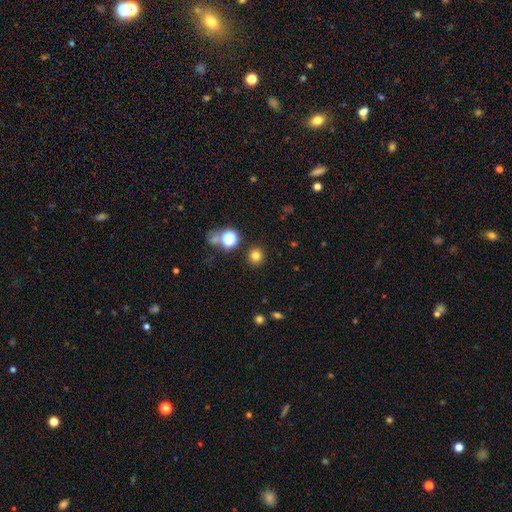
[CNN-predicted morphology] Smooth or featured? smooth (77%)
How rounded? round (93%)
Merging? none (88%)